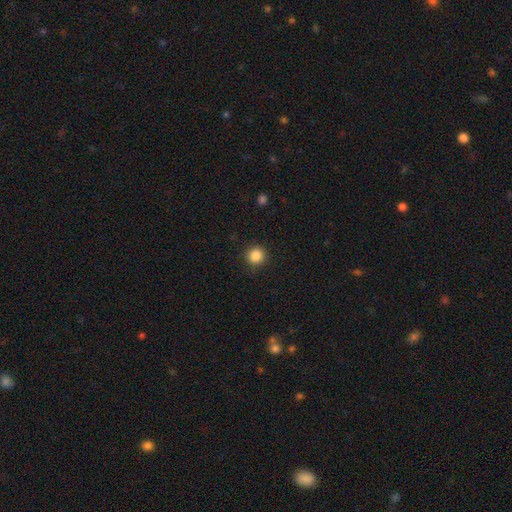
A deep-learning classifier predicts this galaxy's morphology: This appears to be a smooth galaxy with no disk features (87%) that is round (94%). Merging: none (91%).